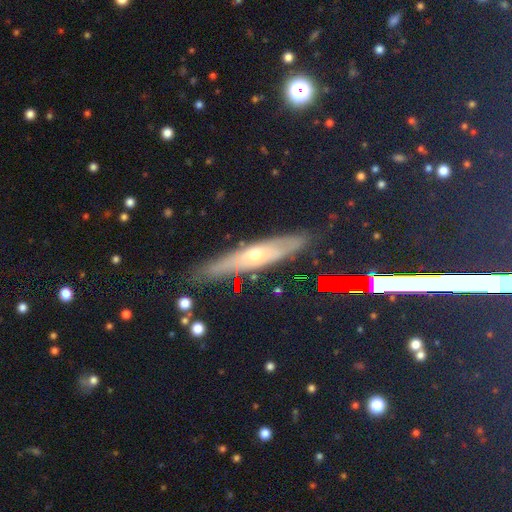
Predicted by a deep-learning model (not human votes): featured or disk 51%, smooth 30%, star or artifact 18%. Down the decision tree: edge-on disk — yes (77%); merging — none (85%).